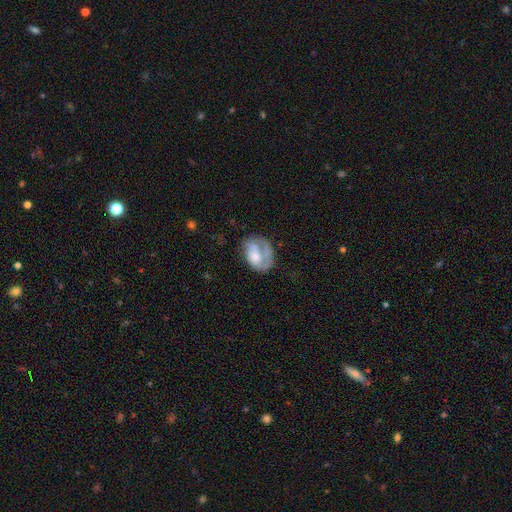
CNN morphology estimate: Overall: featured or disk (53%; smooth 40%). Edge-on disk: no (97%). Bar: no (75%). Spiral arms: yes (63%; no 37%). Bulge size: small (42%; moderate 39%). Merging: none (41%; major disturbance 28%).